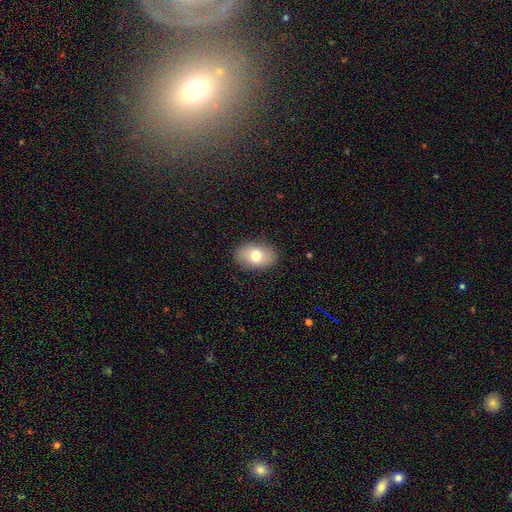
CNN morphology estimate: A smooth galaxy with no disk features (75%) that is in between round and cigar-shaped (84%). Merging: none (88%).